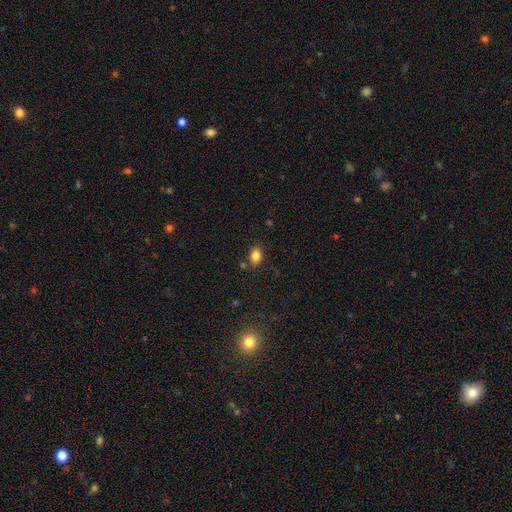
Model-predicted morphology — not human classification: Q: Smooth or featured?
A: smooth (83%); runner-up: star or artifact (11%)
Q: How rounded?
A: in between (78%); runner-up: round (20%)
Q: Merging?
A: none (79%); runner-up: minor disturbance (12%)